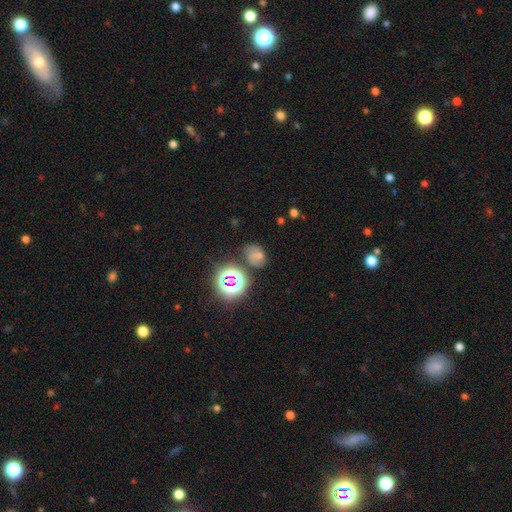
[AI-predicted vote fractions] Morphology: type=smooth (51%); roundness=in between (62%); merging=none (62%).